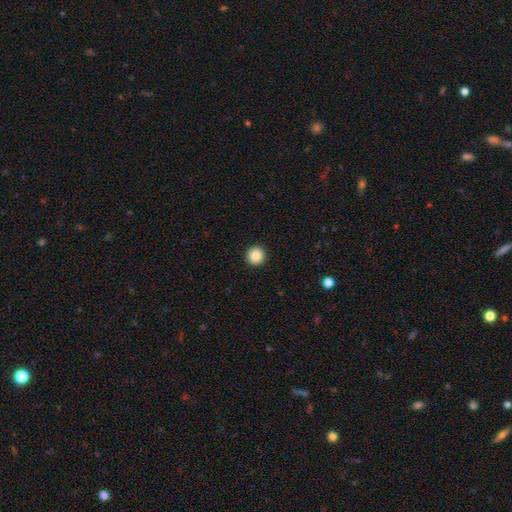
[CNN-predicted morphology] The model was most divided on "smooth or featured": smooth: 88%, star or artifact: 9%, featured or disk: 3%. More confident: how rounded — round (94%); merging — none (93%).